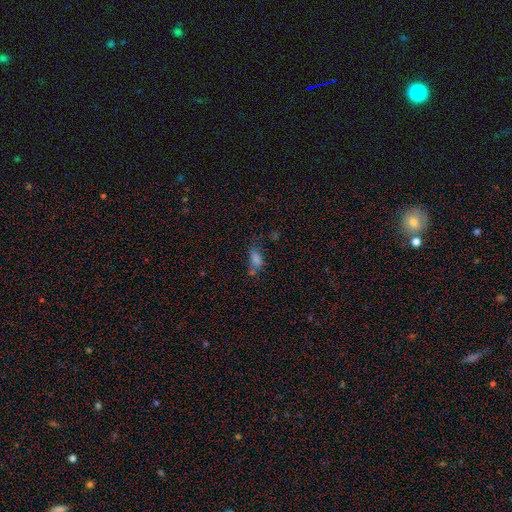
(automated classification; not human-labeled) A smooth galaxy with no disk features (52%) that is in between round and cigar-shaped (73%).

Vote fractions:
- Smooth or featured? smooth: 52% / star or artifact: 31% / featured or disk: 17%
- How rounded? in between: 73% / cigar-shaped: 15% / round: 12%
- Merging? none: 51% / minor disturbance: 21% / major disturbance: 15% / merger: 13%